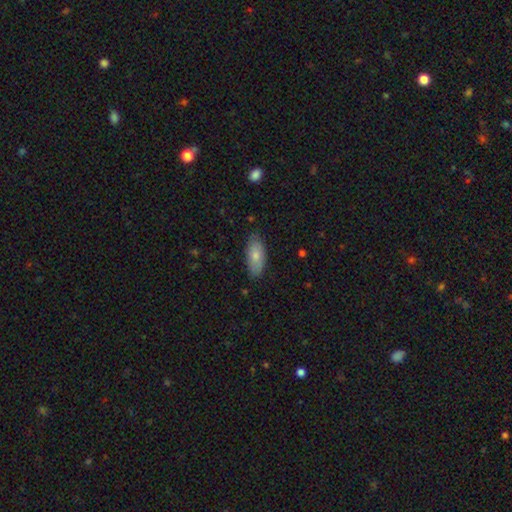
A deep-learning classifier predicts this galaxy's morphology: type=smooth (76%); roundness=in between (86%); merging=none (80%).